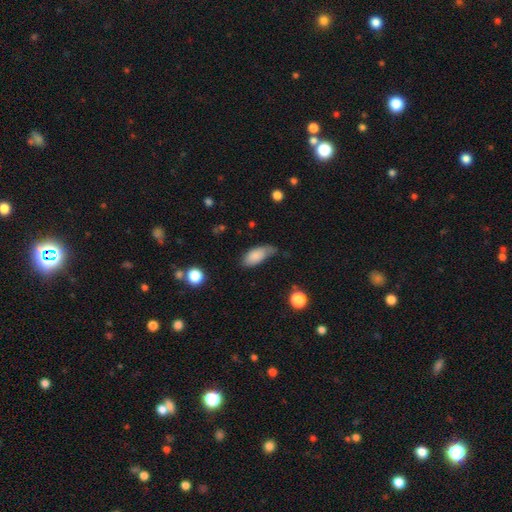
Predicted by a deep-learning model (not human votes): Smooth or featured? Predicted: smooth (p=0.82). How rounded? Predicted: in between (p=0.90). Merging? Predicted: none (p=0.42).